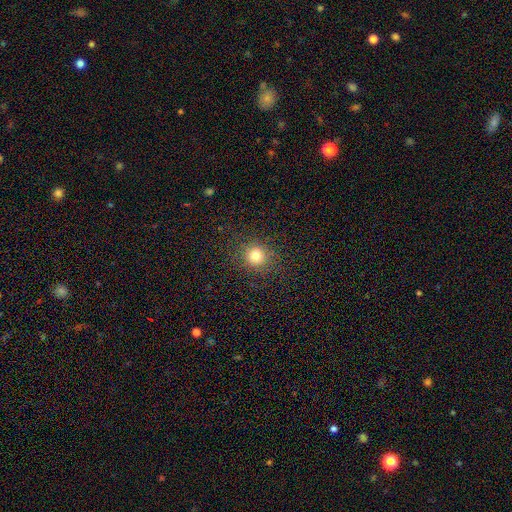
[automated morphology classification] Smooth or featured? smooth (77%)
How rounded? round (92%)
Merging? none (88%)